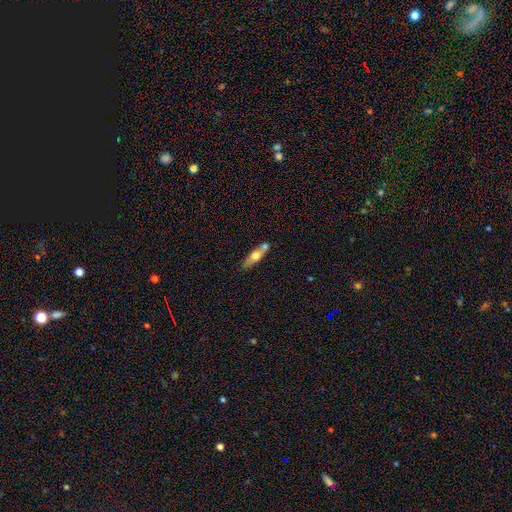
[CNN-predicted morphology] Smooth or featured?
  - smooth: 54% *
  - featured or disk: 40%
  - star or artifact: 7%
How rounded?
  - in between: 49% *
  - cigar-shaped: 46%
  - round: 5%
Merging?
  - none: 47% *
  - merger: 34%
  - minor disturbance: 15%
  - major disturbance: 4%